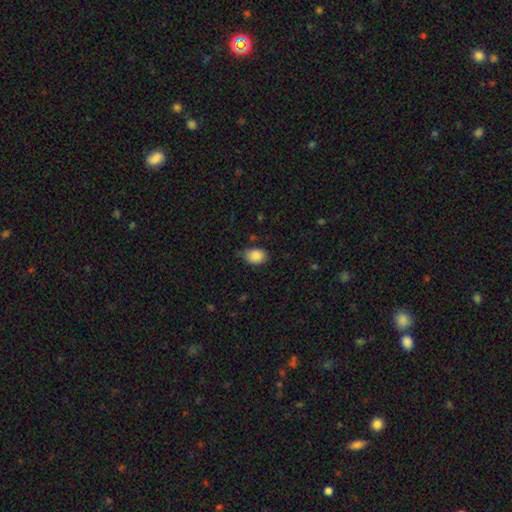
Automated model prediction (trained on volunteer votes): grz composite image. It shows a smooth galaxy with no disk features (88%) that is in between round and cigar-shaped (74%). Merging: none (73%).